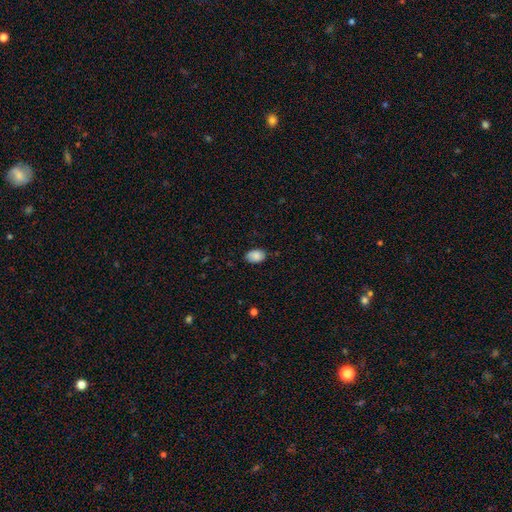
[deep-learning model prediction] This appears to be a smooth galaxy with no disk features (87%) that is in between round and cigar-shaped (87%). Merging: none (78%).